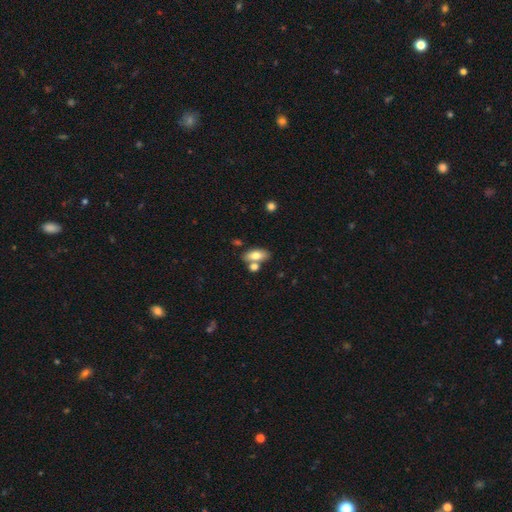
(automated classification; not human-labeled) Smooth or featured: smooth — 72% (featured or disk — 21%)
How rounded: in between — 86% (cigar-shaped — 9%)
Merging: none — 59% (merger — 26%)